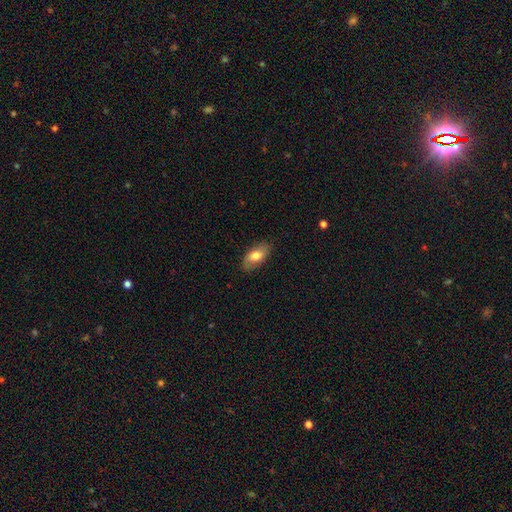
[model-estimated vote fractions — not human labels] Smooth or featured? Predicted: smooth (p=0.71). How rounded? Predicted: in between (p=0.91). Merging? Predicted: none (p=0.82).